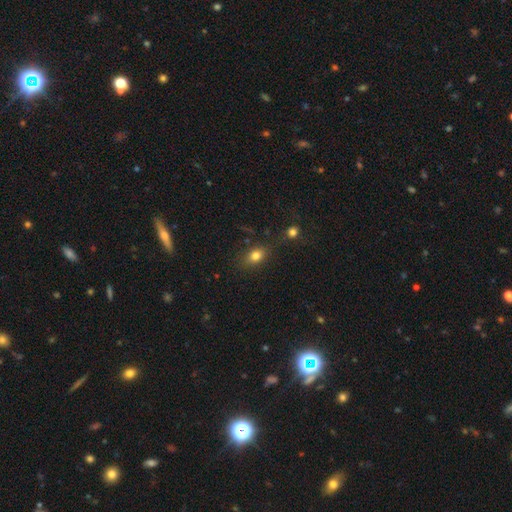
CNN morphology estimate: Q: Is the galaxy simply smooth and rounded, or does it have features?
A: smooth — 79%.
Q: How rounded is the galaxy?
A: in between — 72%.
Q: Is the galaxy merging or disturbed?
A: none — 74%.